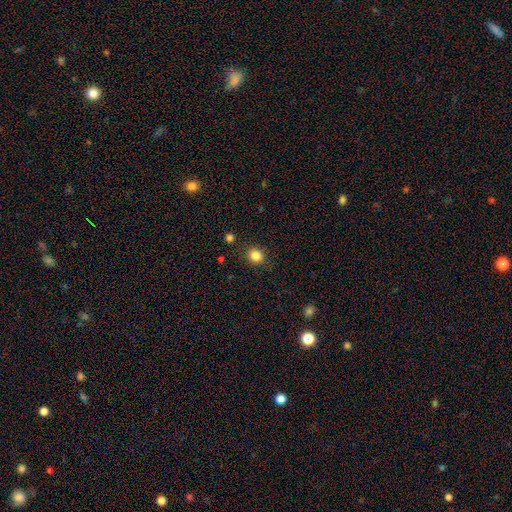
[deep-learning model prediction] A smooth galaxy with no disk features (84%) that is round (77%).

Vote fractions:
- Smooth or featured? smooth: 84% / star or artifact: 12% / featured or disk: 5%
- How rounded? round: 77% / in between: 22% / cigar-shaped: 1%
- Merging? none: 87% / minor disturbance: 8% / major disturbance: 3% / merger: 2%